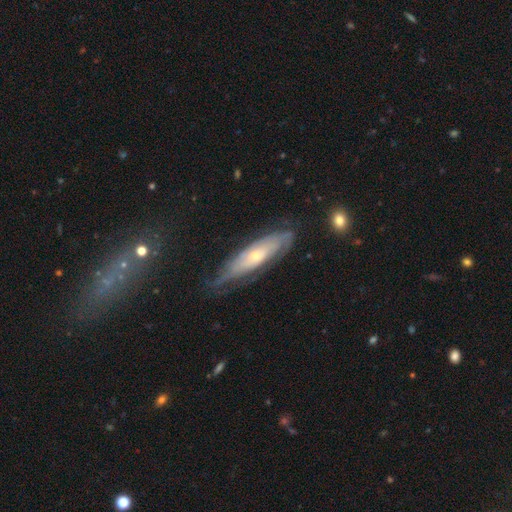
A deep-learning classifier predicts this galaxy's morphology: Smooth or featured: featured or disk — 70% (smooth — 23%)
Edge-on disk: no — 68% (yes — 32%)
Merging: none — 63% (minor disturbance — 26%)